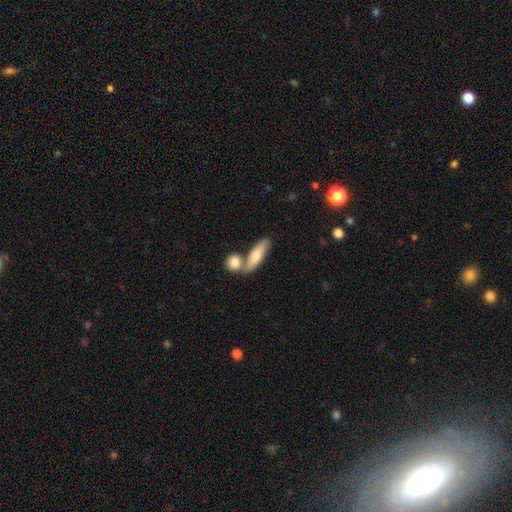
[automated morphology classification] This appears to be a smooth galaxy with no disk features (66%) that is cigar-shaped (50%). Merging: none (51%).